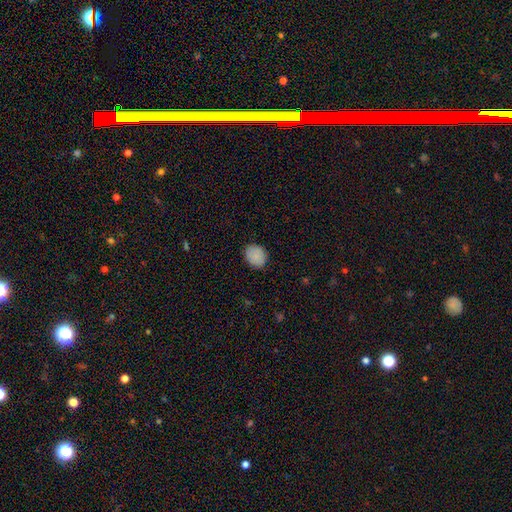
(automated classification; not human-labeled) Smooth or featured?
  - smooth: 87% *
  - star or artifact: 7%
  - featured or disk: 5%
How rounded?
  - round: 50% *
  - in between: 49%
  - cigar-shaped: 1%
Merging?
  - none: 86% *
  - minor disturbance: 11%
  - major disturbance: 2%
  - merger: 1%